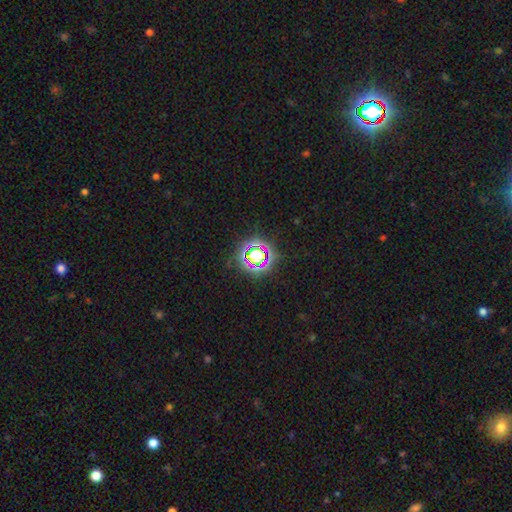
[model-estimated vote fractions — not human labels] A star or artifact, not a galaxy (62%).